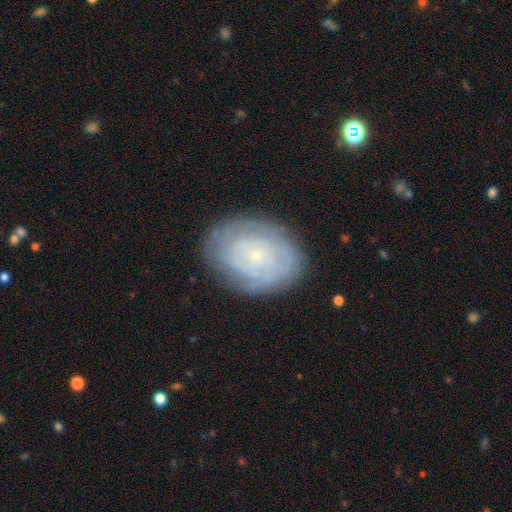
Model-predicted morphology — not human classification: The model was most divided on "smooth or featured": featured or disk: 67%, smooth: 26%, star or artifact: 7%. More confident: edge-on disk — no (96%); bulge size — small (87%); bar — no (85%); merging — none (79%); spiral arms — yes (76%).